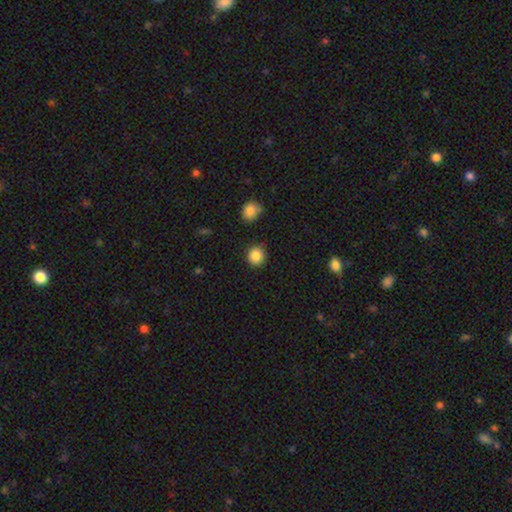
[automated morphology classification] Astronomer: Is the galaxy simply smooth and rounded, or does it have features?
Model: smooth — 87%.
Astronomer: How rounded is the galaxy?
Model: round — 89%.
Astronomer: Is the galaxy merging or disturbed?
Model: none — 86%.